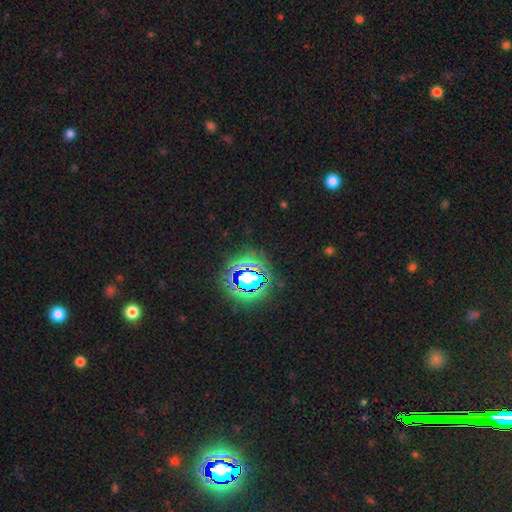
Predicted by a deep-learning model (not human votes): star or artifact 81%, smooth 12%, featured or disk 7%.